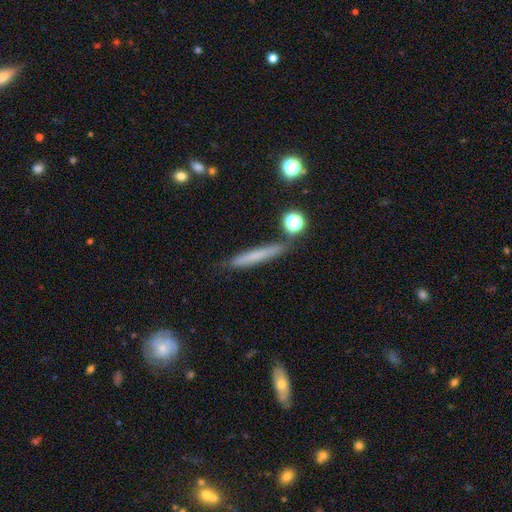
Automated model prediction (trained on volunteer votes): Q: Smooth or featured?
A: smooth (64%); runner-up: featured or disk (28%)
Q: How rounded?
A: cigar-shaped (94%); runner-up: in between (4%)
Q: Merging?
A: none (82%); runner-up: minor disturbance (12%)